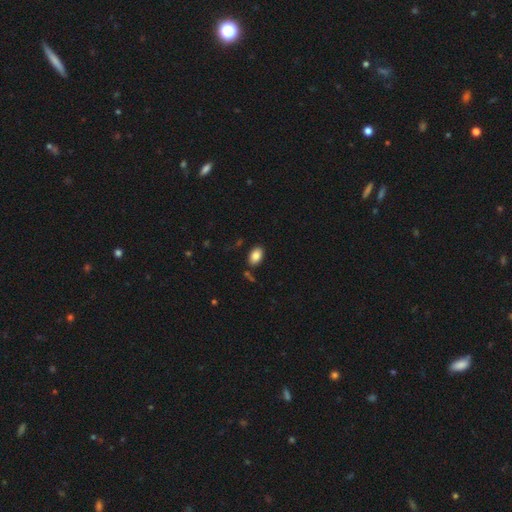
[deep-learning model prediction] Q: Smooth or featured?
A: smooth (85%); runner-up: star or artifact (8%)
Q: How rounded?
A: in between (90%); runner-up: round (9%)
Q: Merging?
A: none (83%); runner-up: minor disturbance (11%)